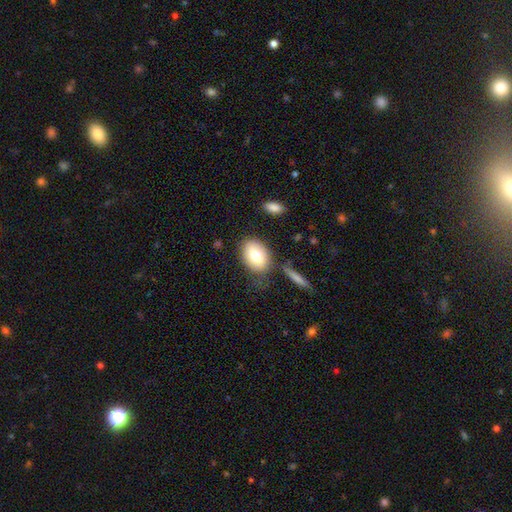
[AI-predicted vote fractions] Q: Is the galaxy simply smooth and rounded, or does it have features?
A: smooth — 77%.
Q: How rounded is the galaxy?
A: in between — 80%.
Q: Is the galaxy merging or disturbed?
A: none — 72%.